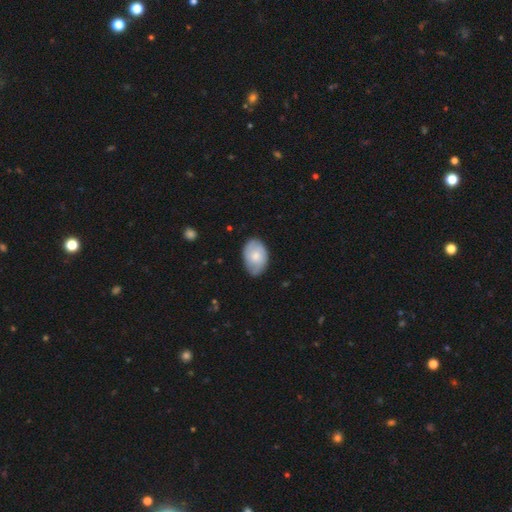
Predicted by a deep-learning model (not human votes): Morphology: type=smooth (62%); roundness=in between (86%); merging=none (73%).